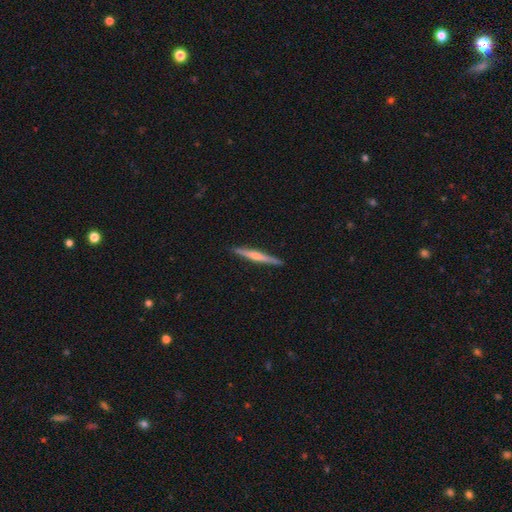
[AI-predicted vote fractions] smooth-or-featured: featured or disk: 69% | smooth: 26% | star or artifact: 6%
  disk-edge-on: yes: 98% | no: 2%
    edge-on-bulge: rounded: 76% | none: 18% | boxy: 6%
  merging: none: 92% | minor disturbance: 6% | major disturbance: 1% | merger: 1%